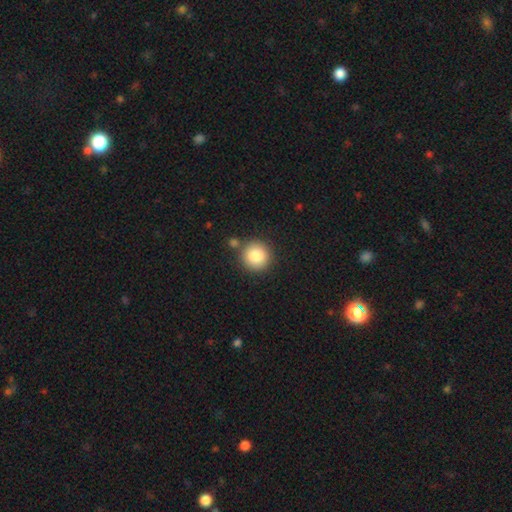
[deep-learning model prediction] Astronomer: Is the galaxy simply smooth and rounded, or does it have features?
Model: smooth — 86%.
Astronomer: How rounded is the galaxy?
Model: round — 94%.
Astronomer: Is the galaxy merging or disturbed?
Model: none — 81%.